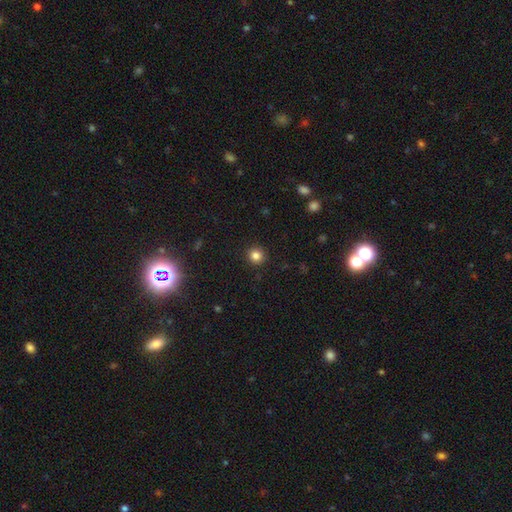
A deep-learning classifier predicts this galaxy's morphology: Smooth or featured? smooth (83%)
How rounded? round (94%)
Merging? none (92%)